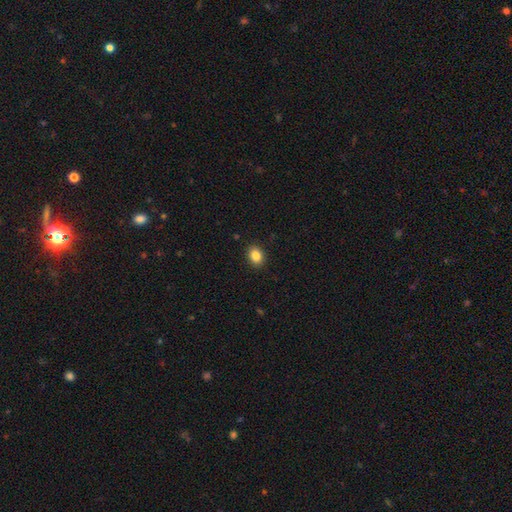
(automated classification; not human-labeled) This is clearly a smooth galaxy (86%). How rounded: likely in between (64%). Merging: clearly none (90%).